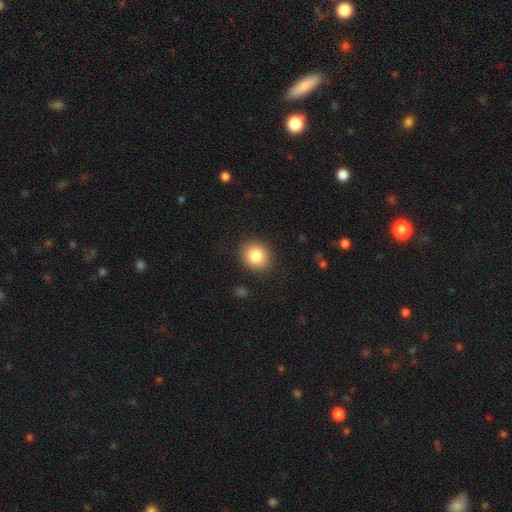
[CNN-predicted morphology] Smooth or featured: smooth — 83% (star or artifact — 9%)
How rounded: round — 74% (in between — 25%)
Merging: none — 90% (minor disturbance — 7%)